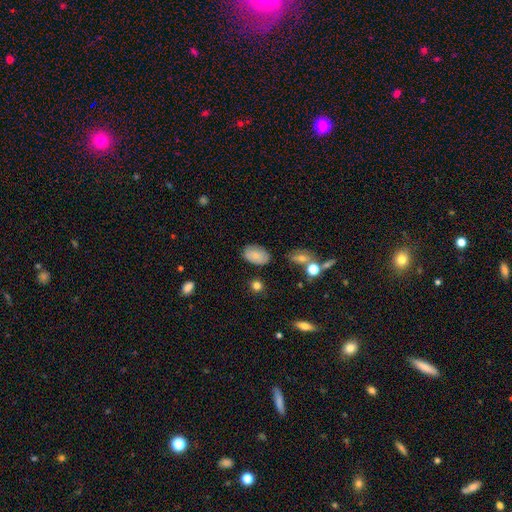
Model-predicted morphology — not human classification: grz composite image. It shows a smooth galaxy with no disk features (79%) that is in between round and cigar-shaped (91%). Merging: none (73%).